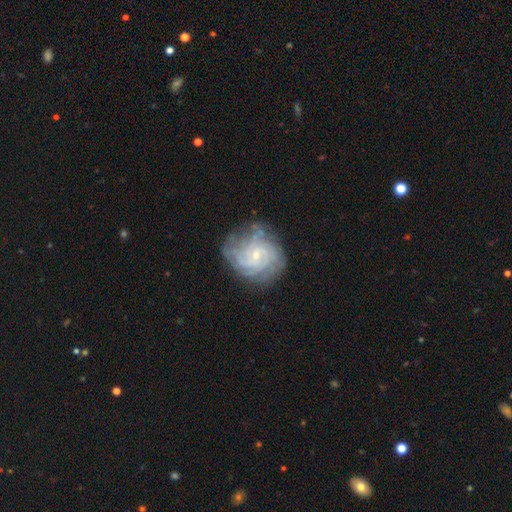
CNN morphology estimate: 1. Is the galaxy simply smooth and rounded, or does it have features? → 83% featured or disk, 10% smooth, 7% star or artifact.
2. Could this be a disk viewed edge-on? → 98% no, 2% yes.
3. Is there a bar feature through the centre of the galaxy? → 58% no, 36% weak, 6% strong.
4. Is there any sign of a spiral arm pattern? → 95% yes, 5% no.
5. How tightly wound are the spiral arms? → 71% tight, 24% medium, 5% loose.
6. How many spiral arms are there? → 36% can't tell, 21% 4, 14% 3, 12% 2, 10% more than 4, 6% 1.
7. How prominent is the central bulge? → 78% small, 17% moderate, 3% none, 1% large, 1% dominant.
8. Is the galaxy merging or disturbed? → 71% none, 19% minor disturbance, 8% major disturbance, 2% merger.